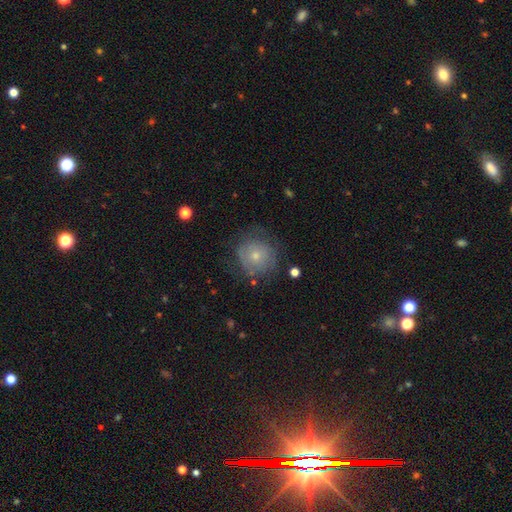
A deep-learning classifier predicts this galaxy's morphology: This is possibly a smooth galaxy (57%). How rounded: clearly round (89%). Merging: likely none (65%).